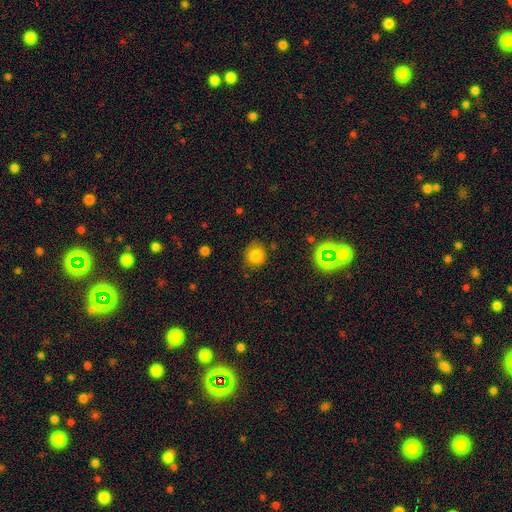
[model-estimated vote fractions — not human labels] smooth 78%, star or artifact 15%, featured or disk 7%. Down the decision tree: how rounded — round (84%); merging — none (82%).